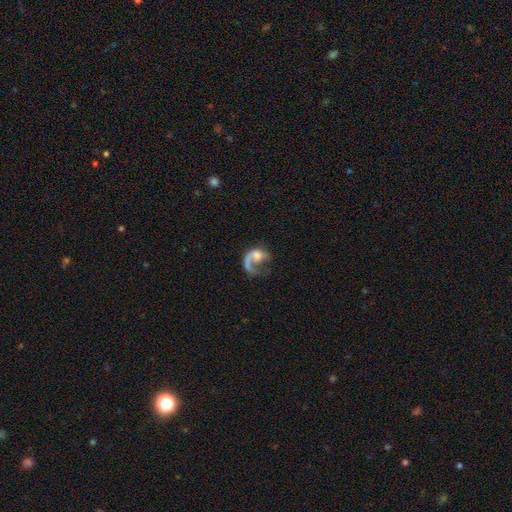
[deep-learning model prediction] A featured or disk galaxy (70%) with no bar (75%), 1 (90%) loose (66%) spiral arms (84%) and a moderate central bulge (42%). Merging: major disturbance (51%).